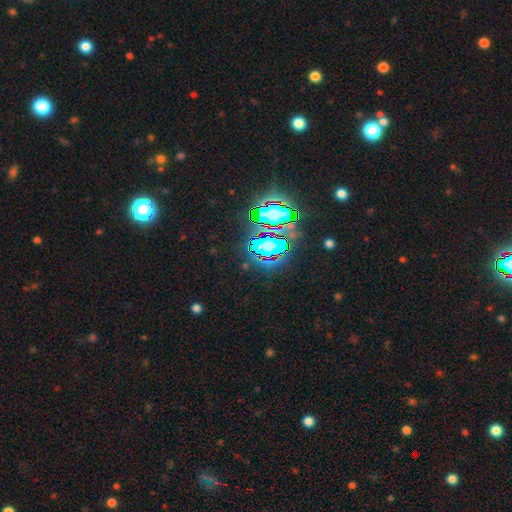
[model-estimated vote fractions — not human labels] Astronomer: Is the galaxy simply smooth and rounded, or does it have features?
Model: star or artifact — 83%.